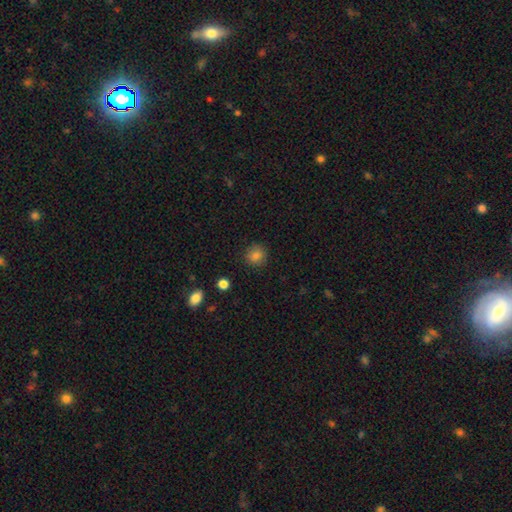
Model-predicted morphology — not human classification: Q: Smooth or featured?
A: smooth (84%); runner-up: star or artifact (11%)
Q: How rounded?
A: round (84%); runner-up: in between (15%)
Q: Merging?
A: none (88%); runner-up: minor disturbance (8%)